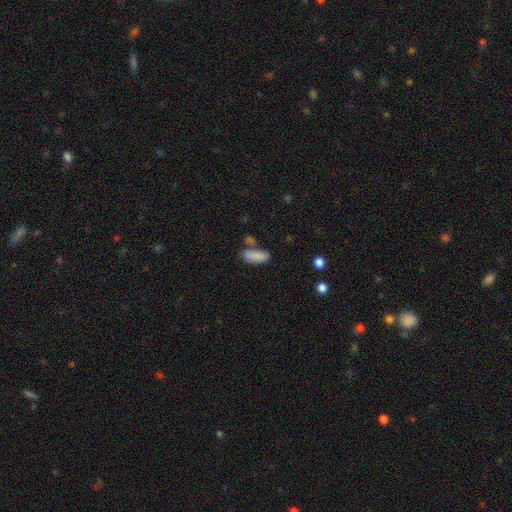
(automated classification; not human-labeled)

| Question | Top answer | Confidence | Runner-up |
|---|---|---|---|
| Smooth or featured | smooth | 85% | star or artifact (8%) |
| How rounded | in between | 80% | cigar-shaped (18%) |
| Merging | none | 60% | merger (18%) |